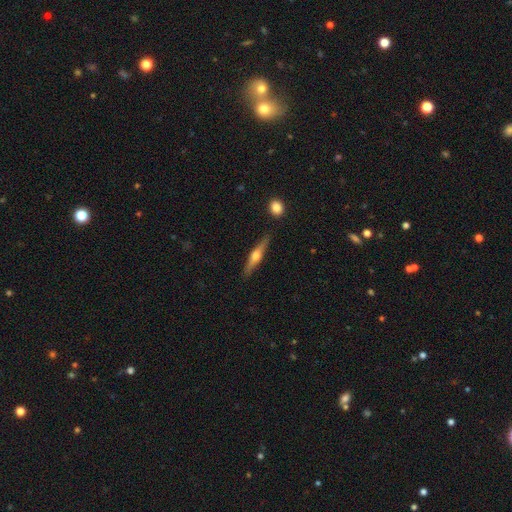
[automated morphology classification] Overall: featured or disk (64%; smooth 30%). Edge-on disk: yes (97%). Edge-on bulge: rounded (93%). Merging: none (88%).